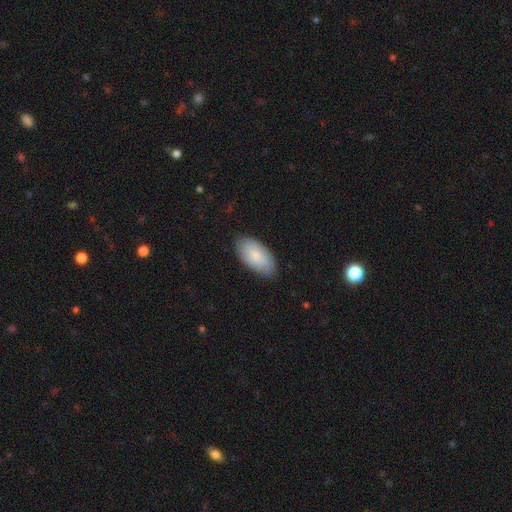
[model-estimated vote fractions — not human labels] This is likely a smooth galaxy (80%). How rounded: clearly in between (95%). Merging: likely none (78%).